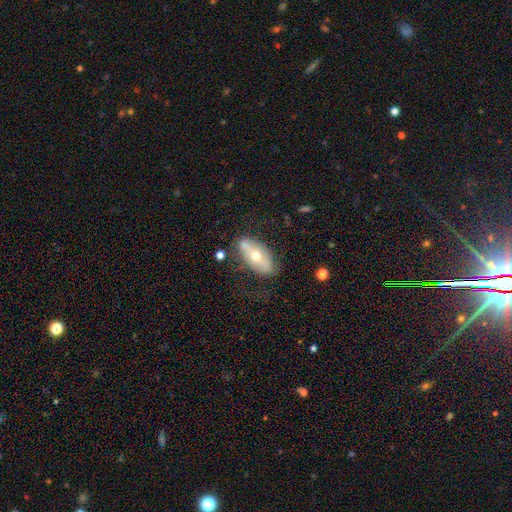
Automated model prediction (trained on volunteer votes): smooth_or_featured: featured or disk (p=0.50) [alt: smooth p=0.43]
merging: none (p=0.65) [alt: minor disturbance p=0.20]